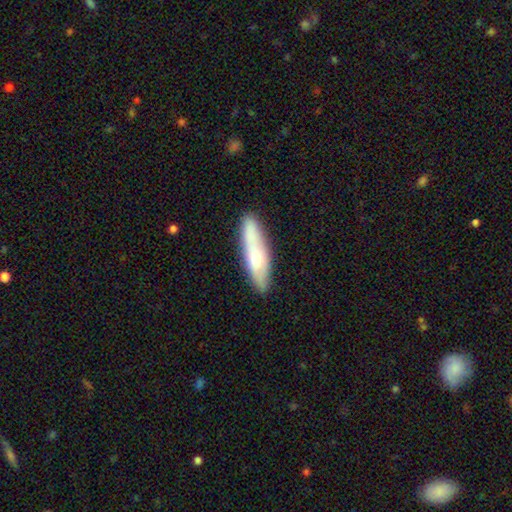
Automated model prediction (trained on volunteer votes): smooth-or-featured: smooth: 56% | featured or disk: 38% | star or artifact: 6%
  how-rounded: cigar-shaped: 65% | in between: 33% | round: 2%
  merging: none: 80% | minor disturbance: 15% | merger: 3% | major disturbance: 3%